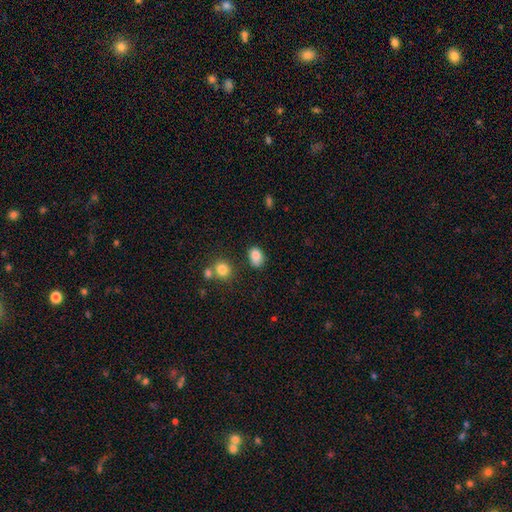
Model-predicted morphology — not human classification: A smooth galaxy with no disk features (85%) that is in between round and cigar-shaped (75%). Merging: none (68%).